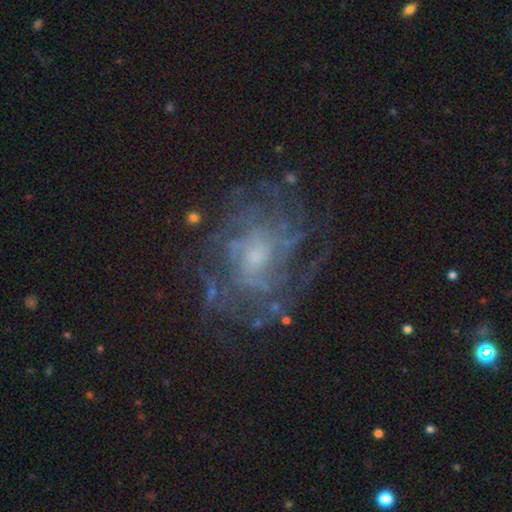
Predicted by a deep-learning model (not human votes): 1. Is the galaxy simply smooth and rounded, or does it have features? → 81% featured or disk, 11% star or artifact, 9% smooth.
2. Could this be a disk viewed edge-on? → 97% no, 3% yes.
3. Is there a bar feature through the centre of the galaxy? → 66% no, 29% weak, 5% strong.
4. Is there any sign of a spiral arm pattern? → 86% yes, 14% no.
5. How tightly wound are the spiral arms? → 52% tight, 34% medium, 14% loose.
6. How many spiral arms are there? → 48% can't tell, 13% 4, 13% more than 4, 10% 3, 10% 2, 6% 1.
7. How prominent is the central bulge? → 48% small, 39% moderate, 7% none, 4% large, 1% dominant.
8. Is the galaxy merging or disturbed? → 70% none, 16% minor disturbance, 13% major disturbance, 2% merger.